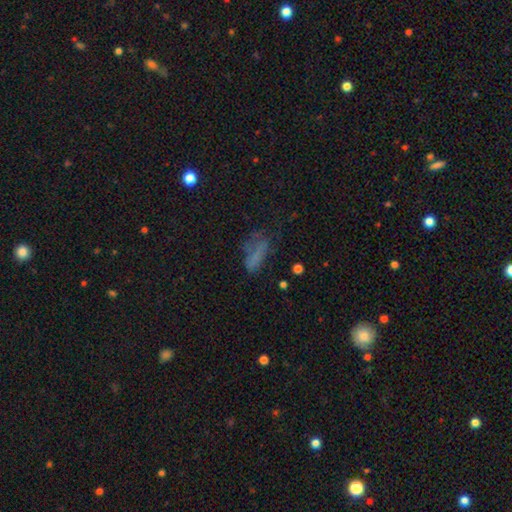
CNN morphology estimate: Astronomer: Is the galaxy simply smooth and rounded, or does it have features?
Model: smooth — 56%.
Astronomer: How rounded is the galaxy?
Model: in between — 71%.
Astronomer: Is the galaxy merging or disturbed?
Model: none — 38% (runner-up: major disturbance, 32%).